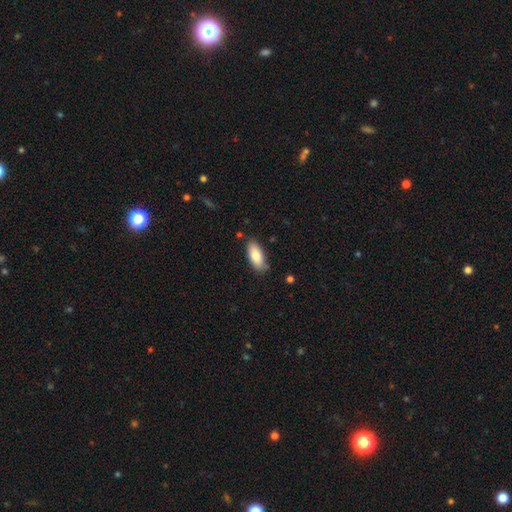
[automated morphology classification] type=smooth (81%); roundness=in between (85%); merging=none (81%).